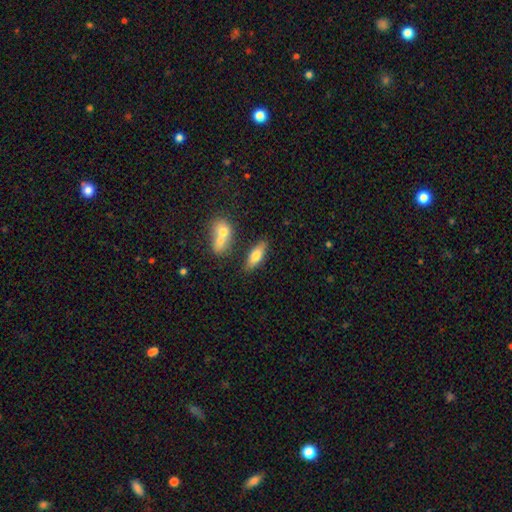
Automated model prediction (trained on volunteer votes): smooth 71%, featured or disk 22%, star or artifact 7%. Down the decision tree: how rounded — in between (64%); merging — none (72%).